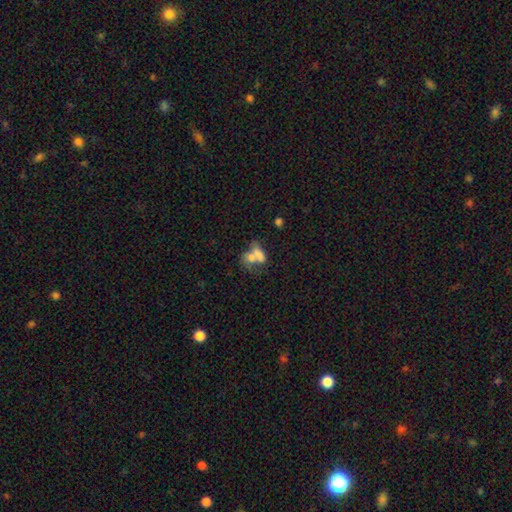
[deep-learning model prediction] Smooth or featured? smooth (67%)
How rounded? in between (76%)
Merging? merger (61%)